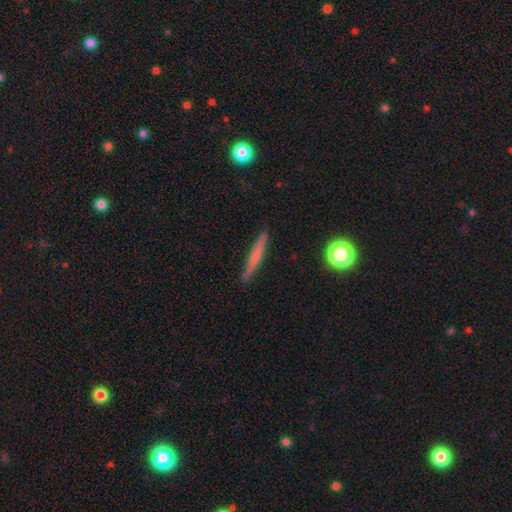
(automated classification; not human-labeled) Smooth or featured?
  - smooth: 48% *
  - featured or disk: 44%
  - star or artifact: 8%
Merging?
  - none: 90% *
  - minor disturbance: 7%
  - major disturbance: 2%
  - merger: 1%